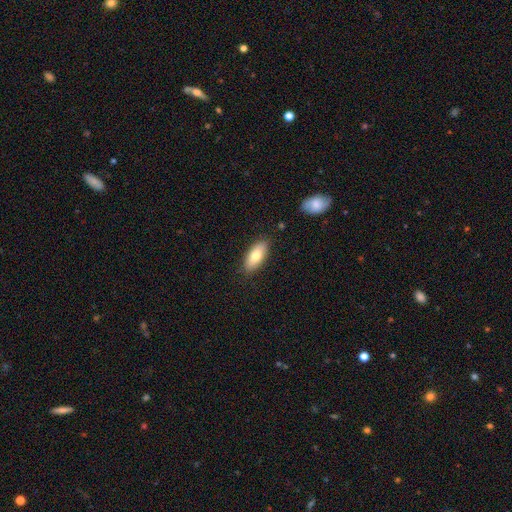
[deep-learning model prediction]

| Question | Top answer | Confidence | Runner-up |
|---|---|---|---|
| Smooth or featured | smooth | 76% | featured or disk (18%) |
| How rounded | in between | 85% | cigar-shaped (12%) |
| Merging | none | 86% | minor disturbance (10%) |